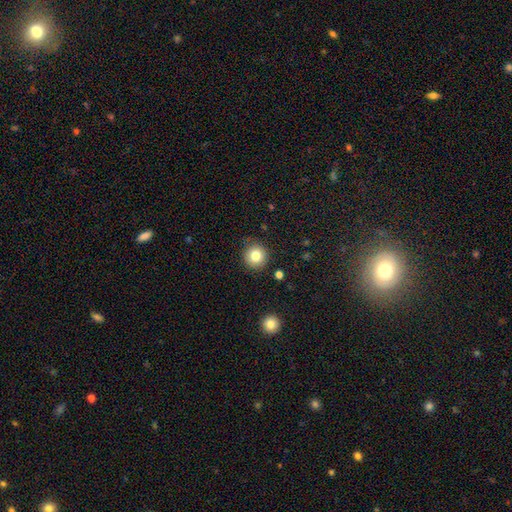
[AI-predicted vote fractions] A smooth galaxy with no disk features (81%) that is round (94%).

Vote fractions:
- Smooth or featured? smooth: 81% / star or artifact: 11% / featured or disk: 8%
- How rounded? round: 94% / in between: 5% / cigar-shaped: 1%
- Merging? none: 88% / minor disturbance: 8% / major disturbance: 2% / merger: 2%